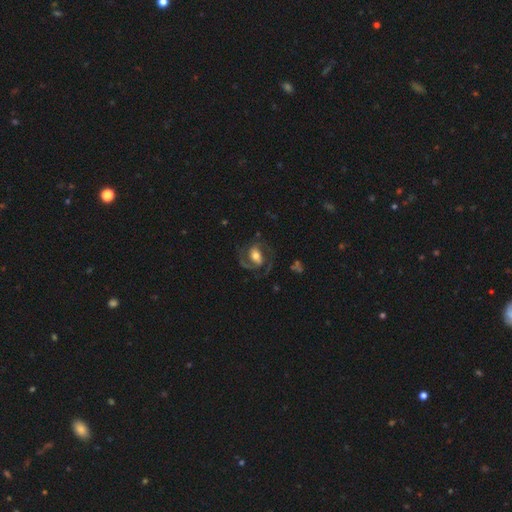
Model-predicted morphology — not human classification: Overall: featured or disk (84%). Edge-on disk: no (97%). Bar: weak (39%; strong 33%). Spiral arms: yes (94%). Spiral arm count: 2 (88%). Spiral winding: medium (57%; tight 25%). Bulge size: moderate (63%). Merging: none (70%).